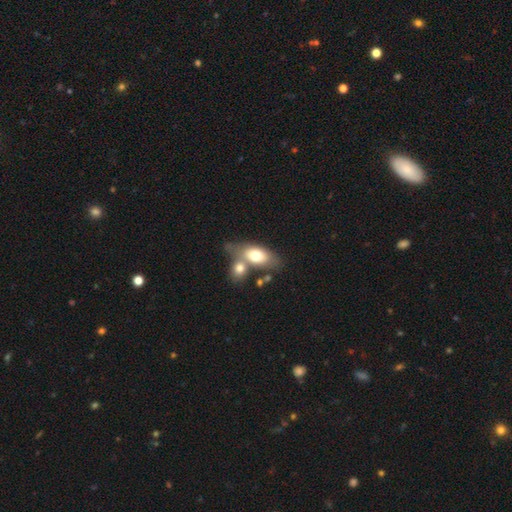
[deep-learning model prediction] The model was most divided on "merging": merger: 50%, none: 34%, minor disturbance: 11%, major disturbance: 5%. More confident: how rounded — in between (86%); smooth or featured — smooth (70%).